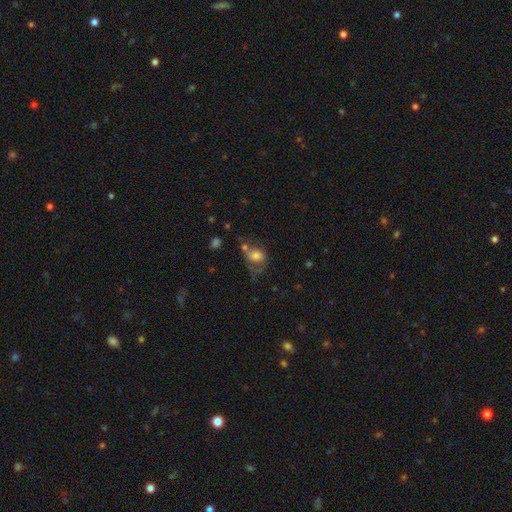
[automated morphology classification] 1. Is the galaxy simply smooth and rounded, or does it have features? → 60% smooth, 29% featured or disk, 11% star or artifact.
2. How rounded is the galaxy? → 57% in between, 42% round, 1% cigar-shaped.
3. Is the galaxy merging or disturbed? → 33% major disturbance, 28% none, 21% minor disturbance, 18% merger.